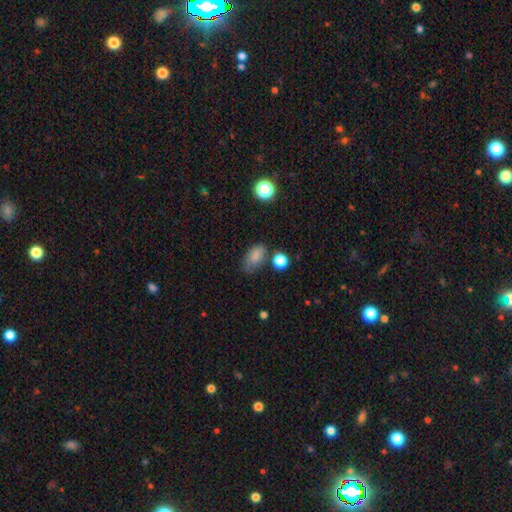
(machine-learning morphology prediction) type=smooth (81%); roundness=in between (88%); merging=none (59%).